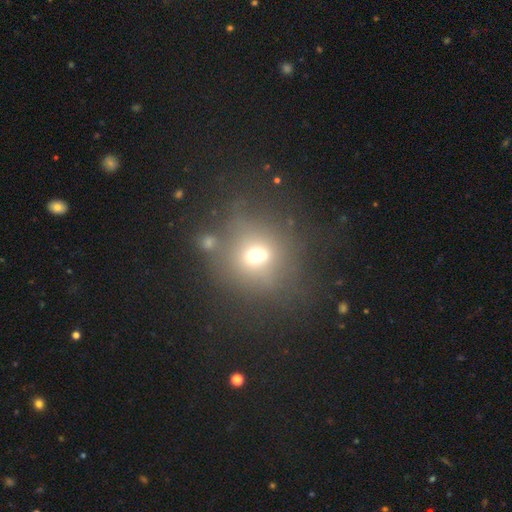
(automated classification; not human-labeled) Smooth or featured?
  - smooth: 60% *
  - star or artifact: 21%
  - featured or disk: 19%
How rounded?
  - round: 80% *
  - in between: 19%
  - cigar-shaped: 1%
Merging?
  - none: 59% *
  - merger: 16%
  - minor disturbance: 15%
  - major disturbance: 11%